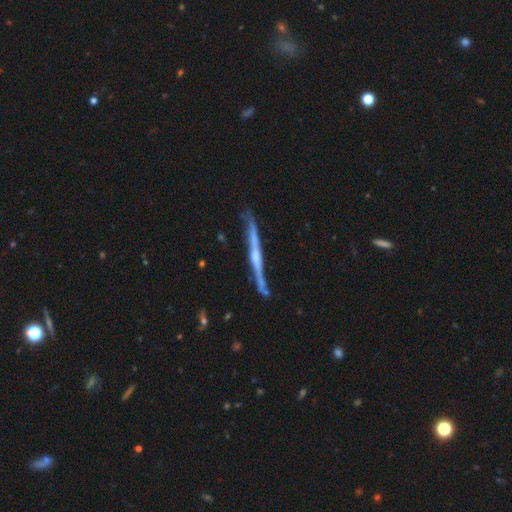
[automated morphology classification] type=featured or disk (79%); edge-on=yes (97%); edge-on bulge=rounded (62%); merging=none (78%).